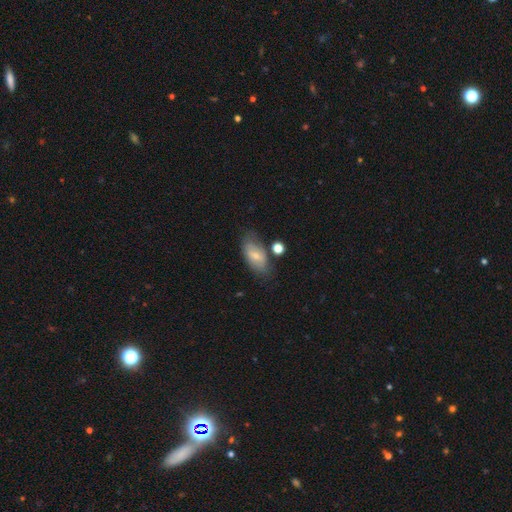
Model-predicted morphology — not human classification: type=smooth (63%); roundness=in between (90%); merging=none (62%).